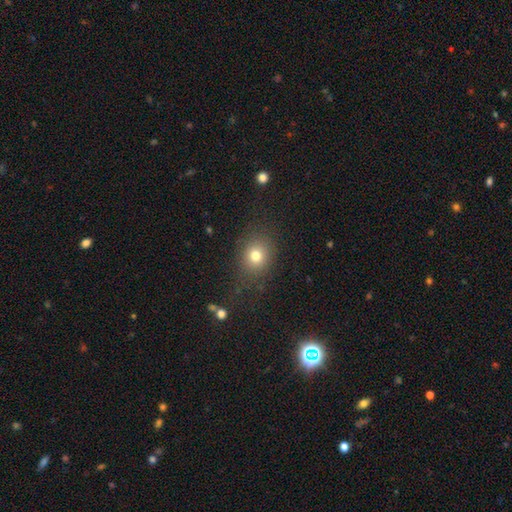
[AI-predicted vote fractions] Q: Smooth or featured?
A: smooth (77%); runner-up: star or artifact (14%)
Q: How rounded?
A: round (65%); runner-up: in between (34%)
Q: Merging?
A: none (80%); runner-up: minor disturbance (12%)